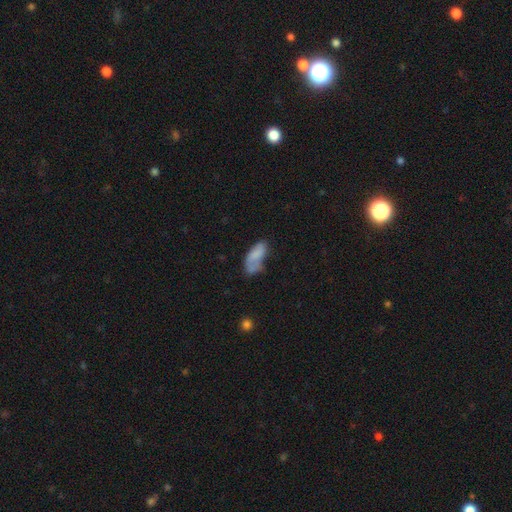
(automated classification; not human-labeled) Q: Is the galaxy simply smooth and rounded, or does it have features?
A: smooth — 70%.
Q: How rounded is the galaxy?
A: in between — 86%.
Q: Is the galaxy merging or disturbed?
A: none — 33%.